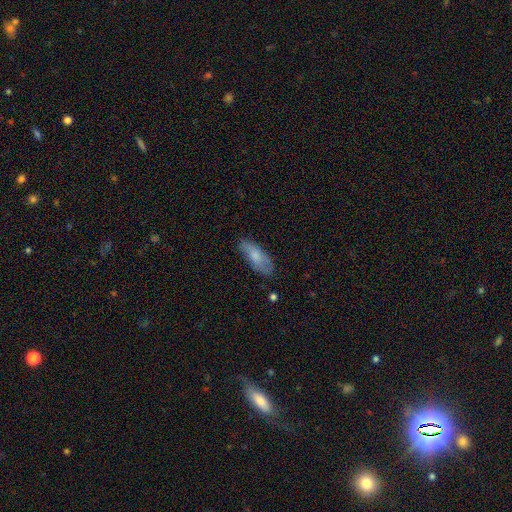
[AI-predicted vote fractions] This is likely a smooth galaxy (71%). How rounded: likely in between (75%). Merging: likely none (73%).